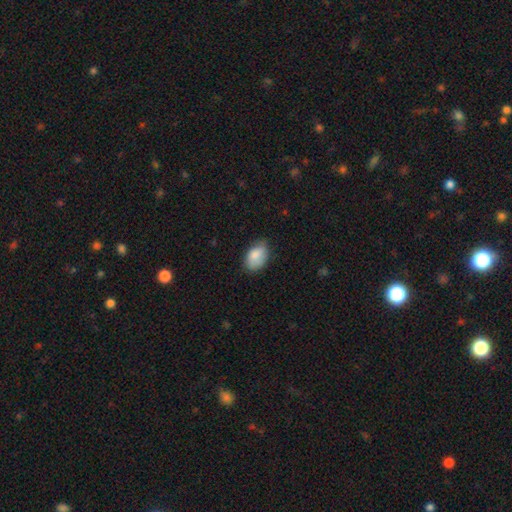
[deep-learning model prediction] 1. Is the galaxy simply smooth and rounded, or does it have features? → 85% smooth, 9% featured or disk, 7% star or artifact.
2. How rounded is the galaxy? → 89% in between, 10% round, 1% cigar-shaped.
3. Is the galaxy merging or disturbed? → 66% none, 28% minor disturbance, 5% major disturbance, 1% merger.